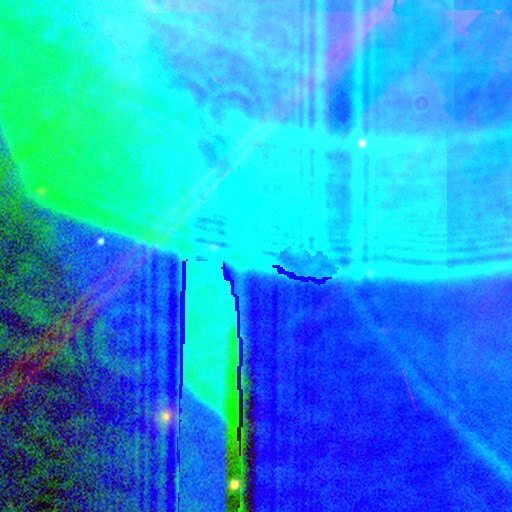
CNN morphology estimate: Q: Smooth or featured?
A: star or artifact (85%); runner-up: featured or disk (8%)